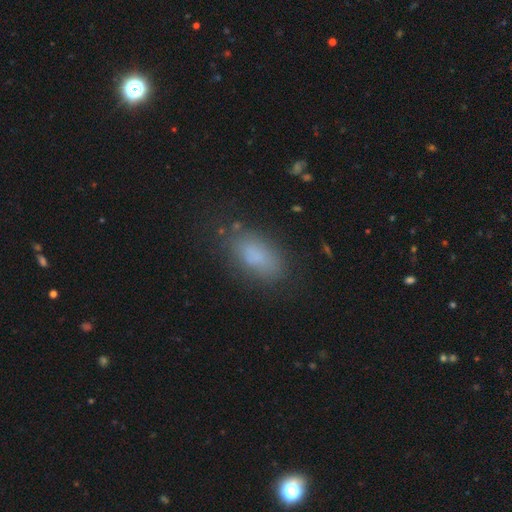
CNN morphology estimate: A smooth galaxy with no disk features (81%) that is in between round and cigar-shaped (90%). Merging: none (77%).